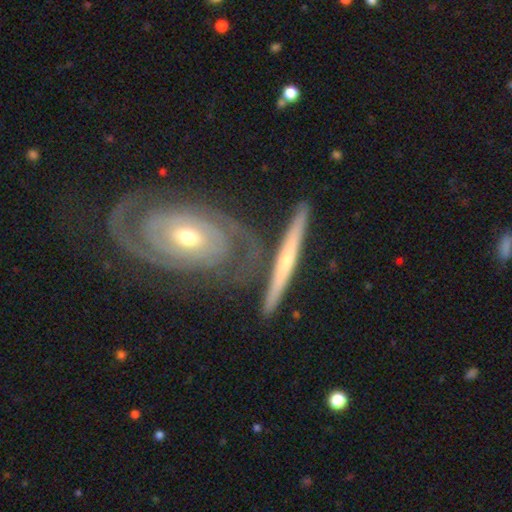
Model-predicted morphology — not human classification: Overall: featured or disk (82%). Edge-on disk: no (56%; yes 44%). Merging: none (68%).